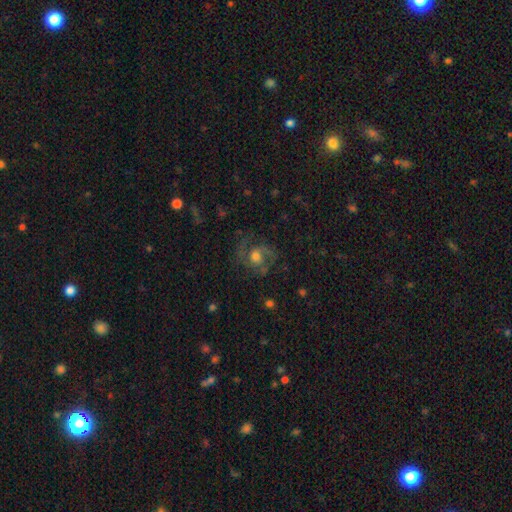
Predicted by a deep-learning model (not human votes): A featured or disk galaxy (69%) with no bar (68%), 2 (59%) medium (53%) spiral arms (88%) and a moderate central bulge (60%). Merging: none (63%).